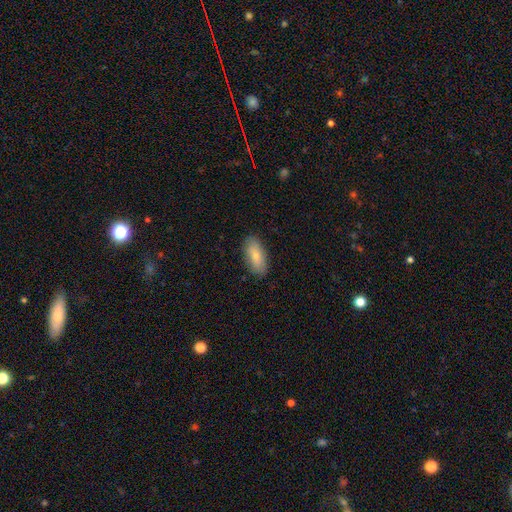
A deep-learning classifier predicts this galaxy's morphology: type=smooth (78%); roundness=in between (86%); merging=none (86%).